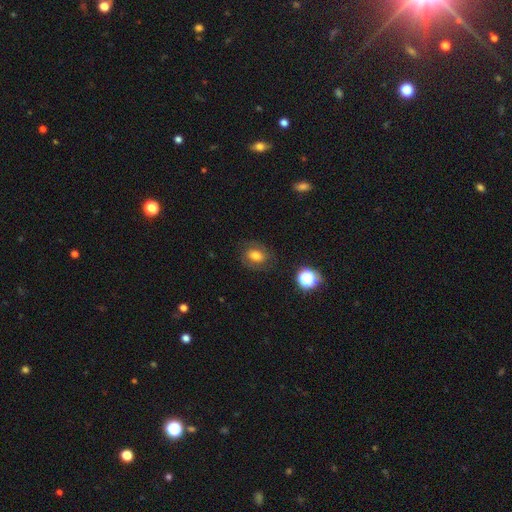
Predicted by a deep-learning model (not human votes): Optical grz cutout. It shows a smooth galaxy with no disk features (61%) that is in between round and cigar-shaped (53%). Merging: none (78%).